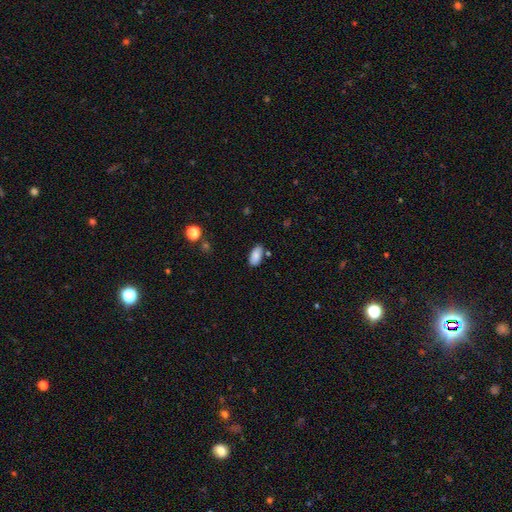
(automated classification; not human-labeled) Smooth or featured?
  - smooth: 86% *
  - star or artifact: 8%
  - featured or disk: 7%
How rounded?
  - in between: 92% *
  - cigar-shaped: 5%
  - round: 3%
Merging?
  - none: 76% *
  - minor disturbance: 15%
  - merger: 5%
  - major disturbance: 3%